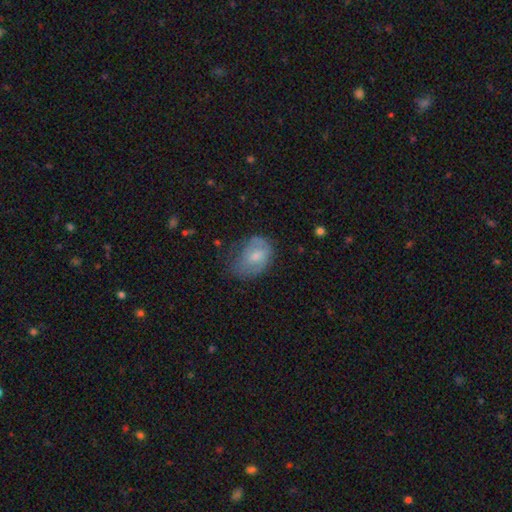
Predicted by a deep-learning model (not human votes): This is likely a smooth galaxy (62%). How rounded: likely in between (77%). Merging: marginally none (42%).